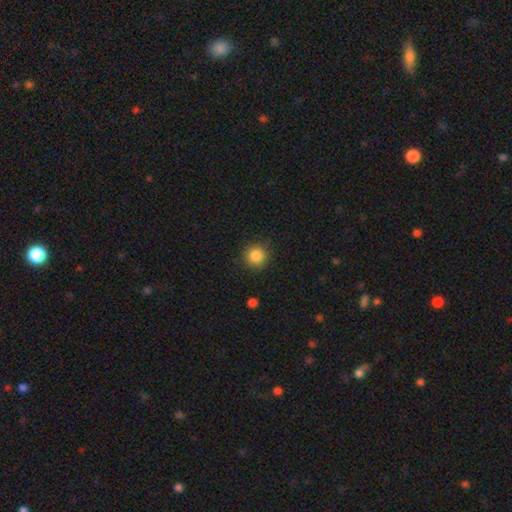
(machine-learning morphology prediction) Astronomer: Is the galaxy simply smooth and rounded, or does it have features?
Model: smooth — 86%.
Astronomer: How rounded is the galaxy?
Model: round — 94%.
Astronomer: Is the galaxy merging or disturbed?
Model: none — 88%.